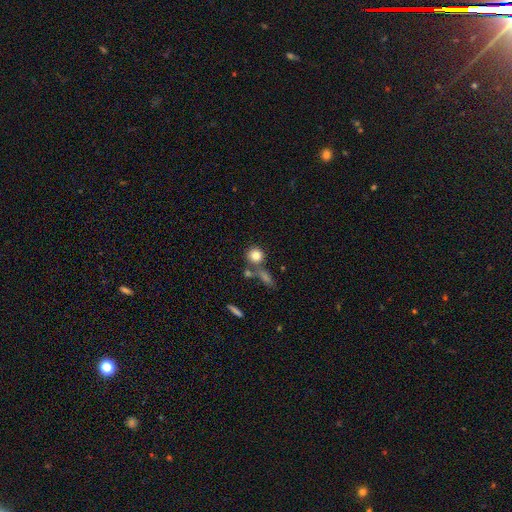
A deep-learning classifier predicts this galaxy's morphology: Overall: smooth (81%). How rounded: round (86%). Merging: none (61%; merger 23%).